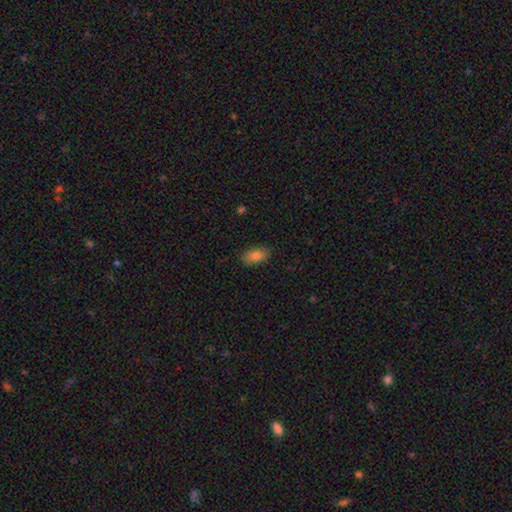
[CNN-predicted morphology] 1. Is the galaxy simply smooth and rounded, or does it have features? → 81% smooth, 11% featured or disk, 8% star or artifact.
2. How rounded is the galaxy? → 91% in between, 4% round, 4% cigar-shaped.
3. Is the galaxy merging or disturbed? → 85% none, 12% minor disturbance, 2% major disturbance, 1% merger.